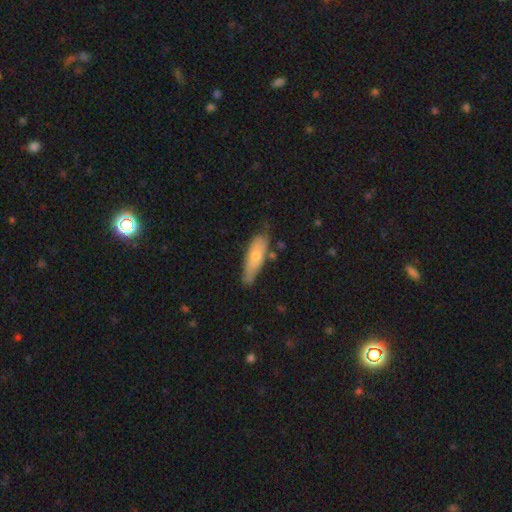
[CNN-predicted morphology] smooth 65%, featured or disk 29%, star or artifact 6%. Down the decision tree: how rounded — cigar-shaped (51%); merging — none (62%).